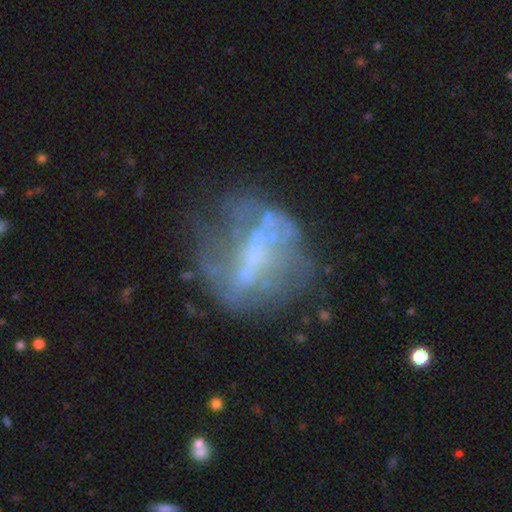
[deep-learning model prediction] Morphology: type=featured or disk (64%); edge-on=no (95%); bar=no (54%); spiral arms=no (77%); bulge=none (52%); merging=none (47%).